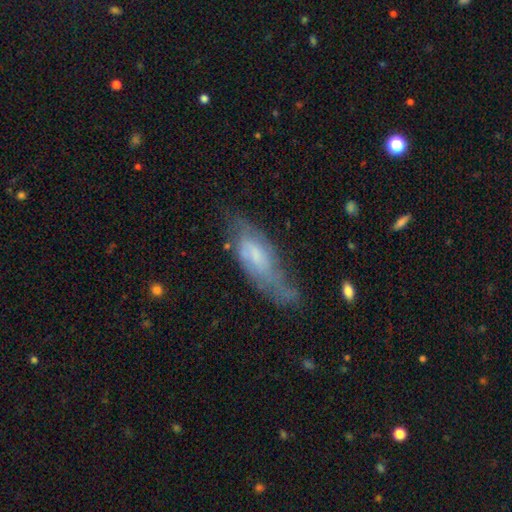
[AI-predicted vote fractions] Smooth or featured?
  - featured or disk: 56% *
  - smooth: 37%
  - star or artifact: 8%
Edge-on disk?
  - no: 81% *
  - yes: 19%
Merging?
  - none: 47% *
  - minor disturbance: 29%
  - major disturbance: 20%
  - merger: 4%